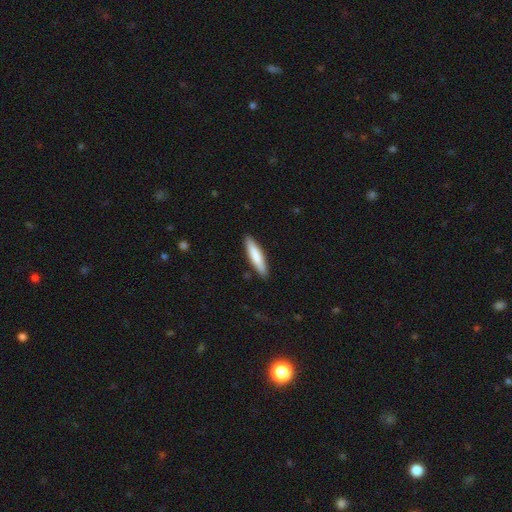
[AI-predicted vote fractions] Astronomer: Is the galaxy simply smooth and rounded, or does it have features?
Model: smooth — 79%.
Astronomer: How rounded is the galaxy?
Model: cigar-shaped — 84%.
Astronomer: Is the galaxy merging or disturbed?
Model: none — 90%.